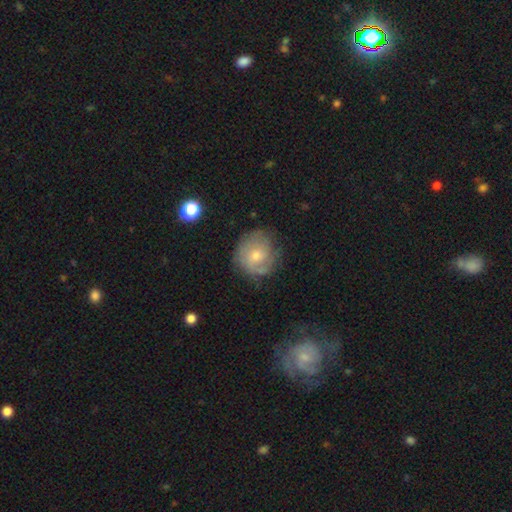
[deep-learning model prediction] featured or disk 55%, smooth 36%, star or artifact 9%. Down the decision tree: edge-on disk — no (97%); bar — no (73%); spiral arms — yes (80%); bulge size — moderate (50%); merging — none (68%).